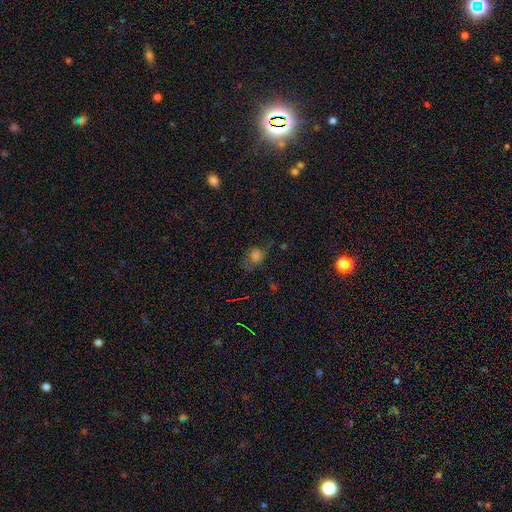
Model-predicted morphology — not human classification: smooth_or_featured: smooth (p=0.54) [alt: featured or disk p=0.24]
how_rounded: in between (p=0.56) [alt: round p=0.42]
merging: none (p=0.44) [alt: minor disturbance p=0.27]